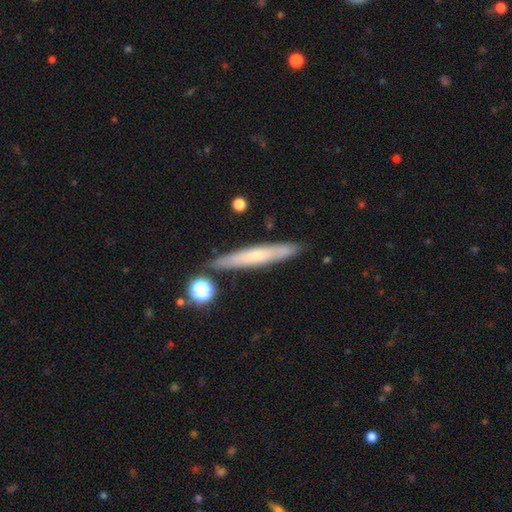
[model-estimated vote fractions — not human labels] Q: Smooth or featured?
A: smooth (50%); runner-up: featured or disk (43%)
Q: How rounded?
A: cigar-shaped (93%); runner-up: in between (5%)
Q: Merging?
A: none (84%); runner-up: minor disturbance (10%)